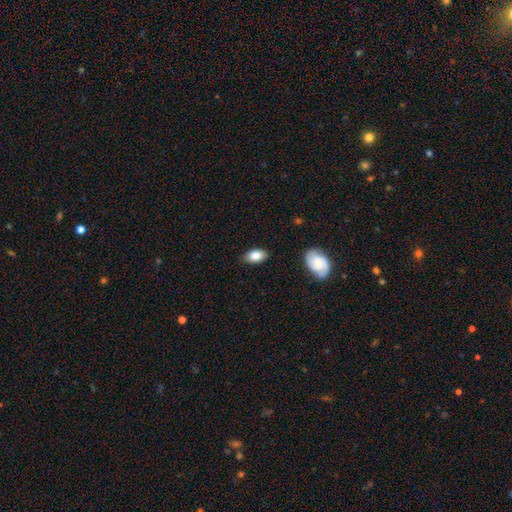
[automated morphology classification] A smooth galaxy with no disk features (85%) that is in between round and cigar-shaped (92%).

Vote fractions:
- Smooth or featured? smooth: 85% / featured or disk: 9% / star or artifact: 7%
- How rounded? in between: 92% / round: 6% / cigar-shaped: 2%
- Merging? none: 83% / minor disturbance: 13% / major disturbance: 3% / merger: 1%